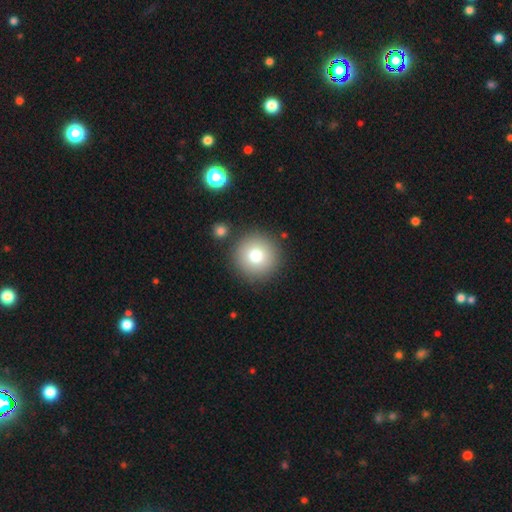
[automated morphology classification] The model was most divided on "smooth or featured": smooth: 77%, featured or disk: 12%, star or artifact: 11%. More confident: how rounded — round (96%); merging — none (87%).